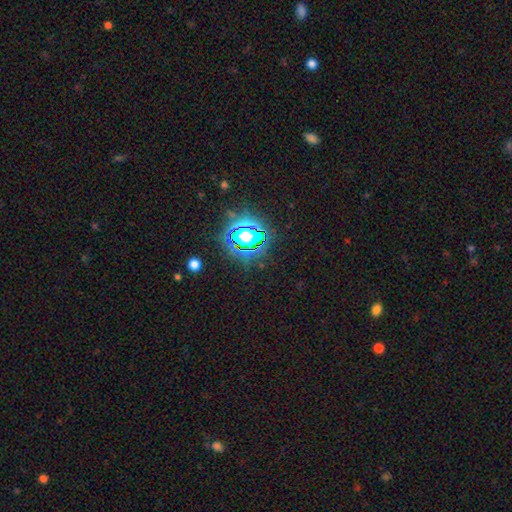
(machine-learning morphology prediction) Q: Smooth or featured?
A: star or artifact (84%); runner-up: smooth (10%)